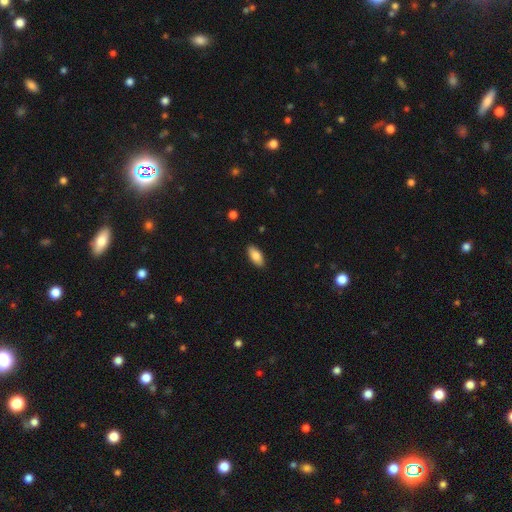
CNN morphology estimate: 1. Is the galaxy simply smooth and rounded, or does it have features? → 83% smooth, 10% featured or disk, 7% star or artifact.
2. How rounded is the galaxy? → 90% in between, 7% cigar-shaped, 2% round.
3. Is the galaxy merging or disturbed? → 89% none, 8% minor disturbance, 2% major disturbance, 1% merger.